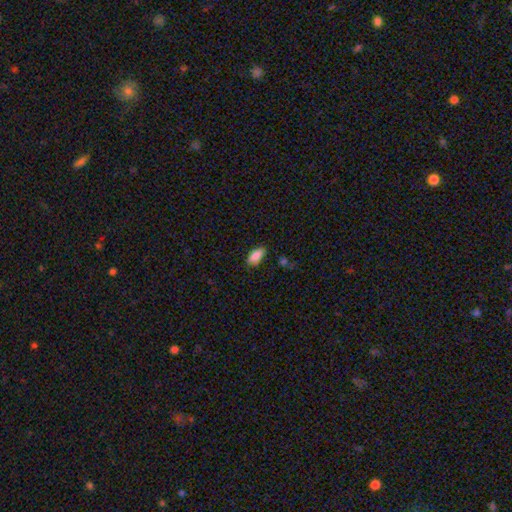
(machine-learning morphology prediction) smooth 86%, star or artifact 7%, featured or disk 7%. Down the decision tree: how rounded — in between (90%); merging — none (81%).